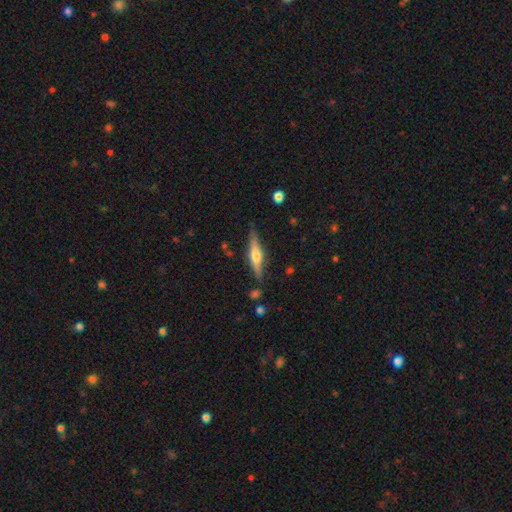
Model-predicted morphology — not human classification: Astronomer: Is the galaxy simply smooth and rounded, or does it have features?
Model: featured or disk — 63%.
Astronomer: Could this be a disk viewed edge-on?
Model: yes — 96%.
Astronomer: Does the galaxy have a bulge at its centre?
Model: rounded — 86%.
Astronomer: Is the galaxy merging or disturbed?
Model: none — 84%.